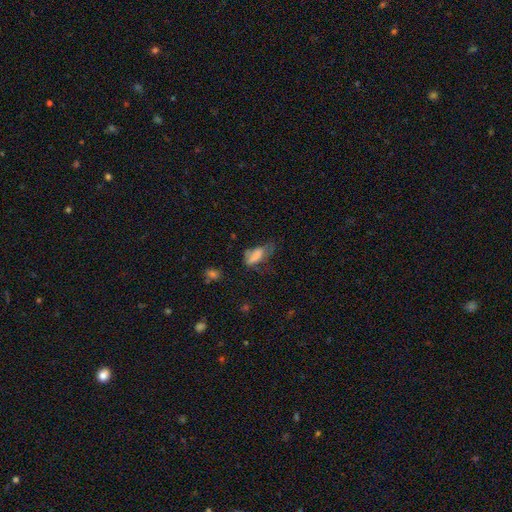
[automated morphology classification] This is likely a smooth galaxy (72%). How rounded: likely in between (80%). Merging: marginally major disturbance (35%).